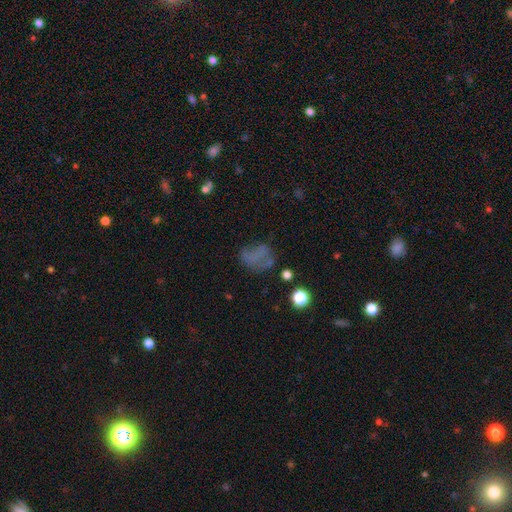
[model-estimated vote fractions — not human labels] This is possibly a smooth galaxy (50%). Merging: possibly none (46%).